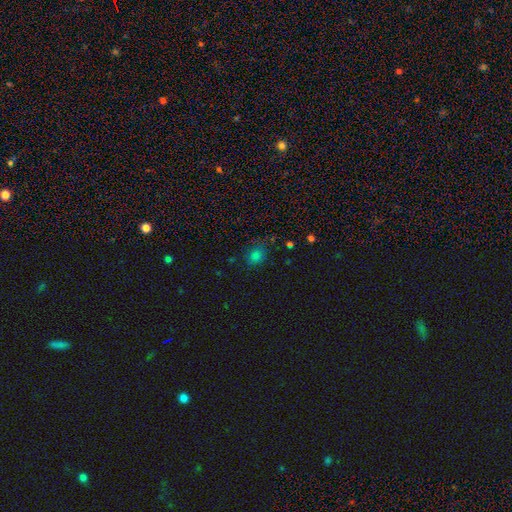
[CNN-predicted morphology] Smooth or featured: smooth — 74% (star or artifact — 20%)
How rounded: round — 52% (in between — 46%)
Merging: none — 71% (minor disturbance — 20%)